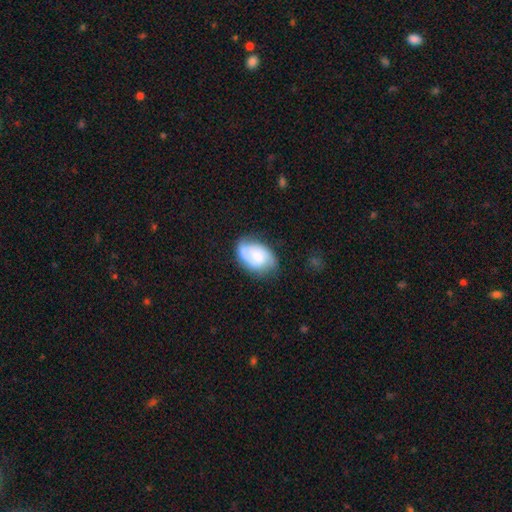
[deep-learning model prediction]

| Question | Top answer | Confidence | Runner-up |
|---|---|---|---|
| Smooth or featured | featured or disk | 50% | smooth (43%) |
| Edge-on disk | no | 96% | yes (4%) |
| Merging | none | 63% | minor disturbance (26%) |